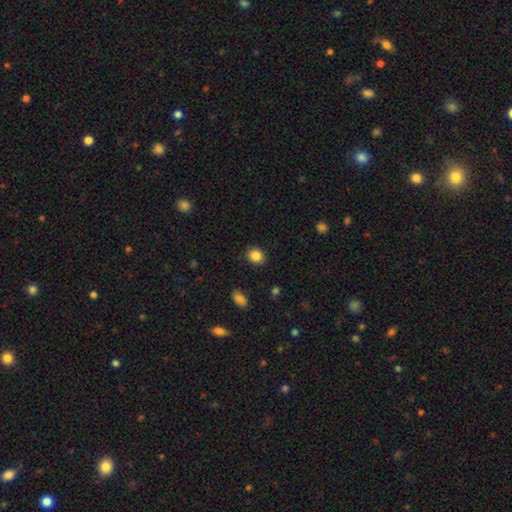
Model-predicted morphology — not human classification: Smooth or featured? Predicted: smooth (p=0.86). How rounded? Predicted: round (p=0.59). Merging? Predicted: none (p=0.88).